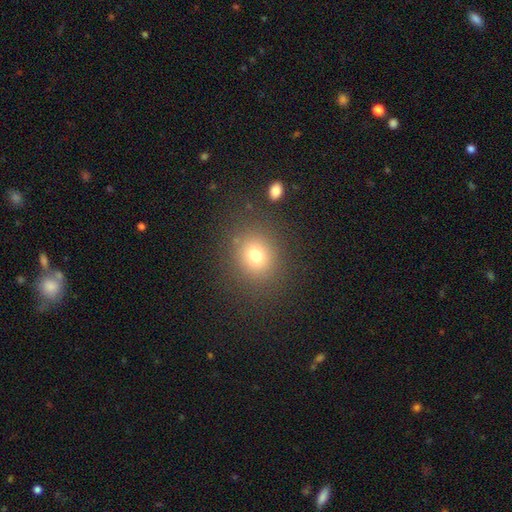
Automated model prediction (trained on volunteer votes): This appears to be a smooth galaxy with no disk features (75%) that is round (78%). Merging: none (84%).